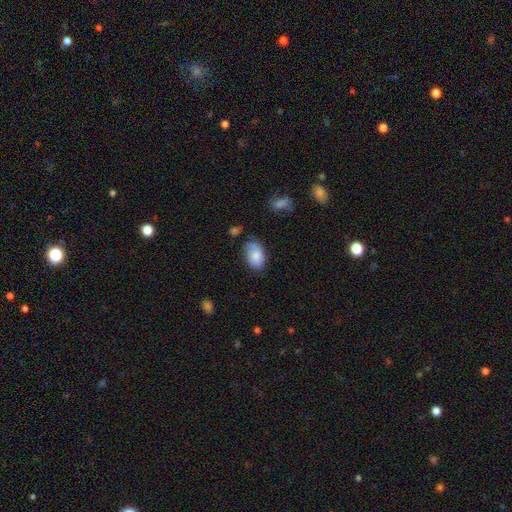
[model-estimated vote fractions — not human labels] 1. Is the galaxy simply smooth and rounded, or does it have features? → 77% smooth, 15% featured or disk, 8% star or artifact.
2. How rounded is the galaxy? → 90% in between, 9% round, 1% cigar-shaped.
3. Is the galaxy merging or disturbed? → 53% none, 32% minor disturbance, 11% major disturbance, 5% merger.